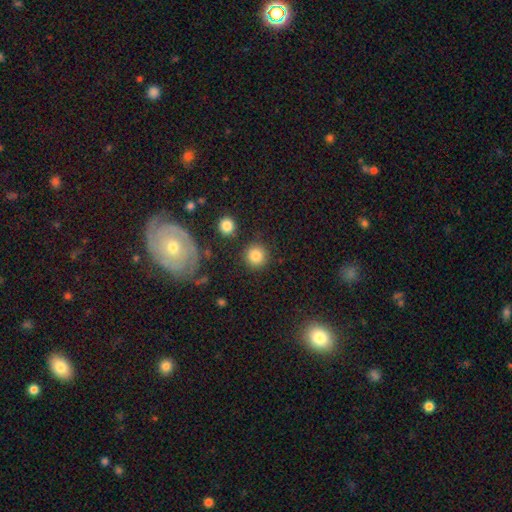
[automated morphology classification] Smooth or featured: smooth — 84% (star or artifact — 10%)
How rounded: round — 93% (in between — 6%)
Merging: none — 86% (minor disturbance — 7%)